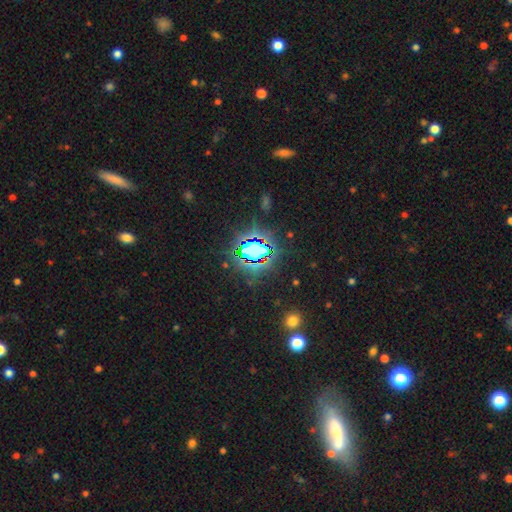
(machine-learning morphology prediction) star or artifact 78%, smooth 14%, featured or disk 9%.